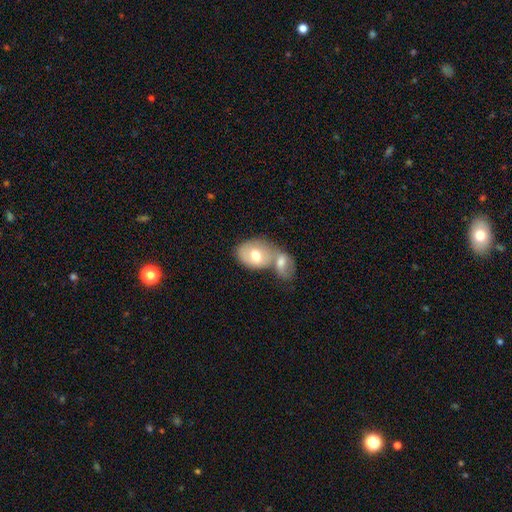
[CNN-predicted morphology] Overall: smooth (64%; featured or disk 30%). How rounded: in between (75%). Merging: merger (66%).